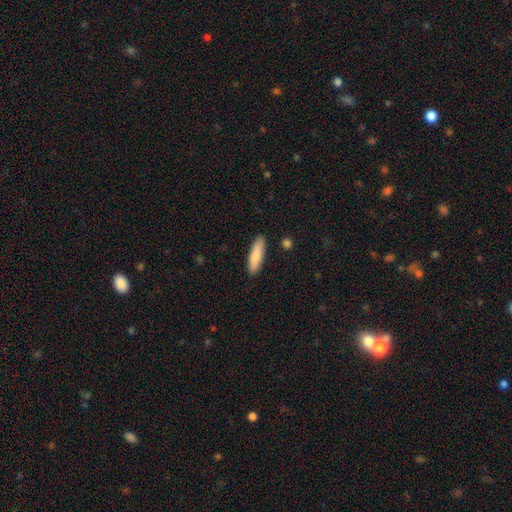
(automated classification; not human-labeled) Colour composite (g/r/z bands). It shows a smooth galaxy with no disk features (82%) that is cigar-shaped (62%). Merging: none (88%).